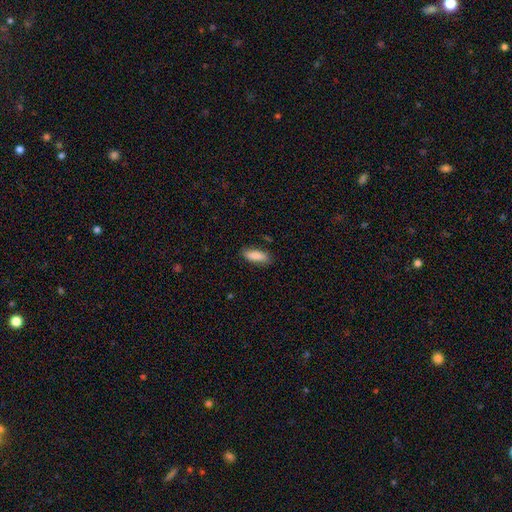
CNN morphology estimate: Overall: smooth (85%). How rounded: in between (65%; cigar-shaped 33%). Merging: none (83%).